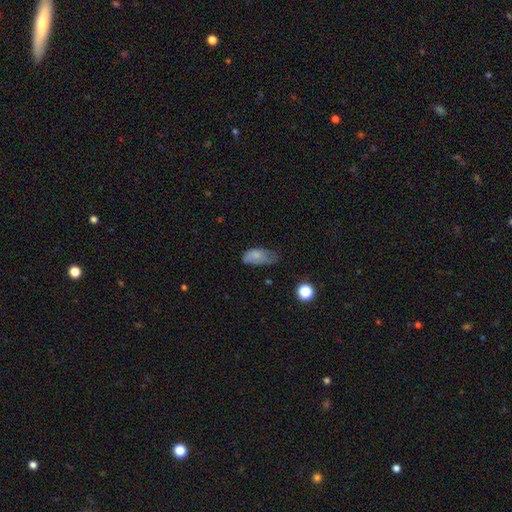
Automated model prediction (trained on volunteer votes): A smooth galaxy with no disk features (74%) that is in between round and cigar-shaped (90%). Merging: minor disturbance (41%).